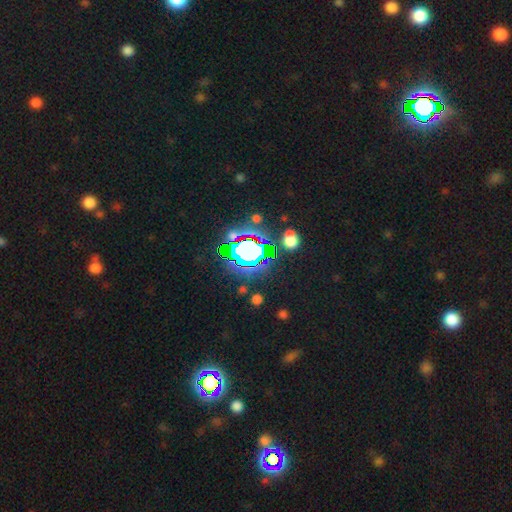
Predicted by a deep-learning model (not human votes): Morphology: type=star or artifact (81%).